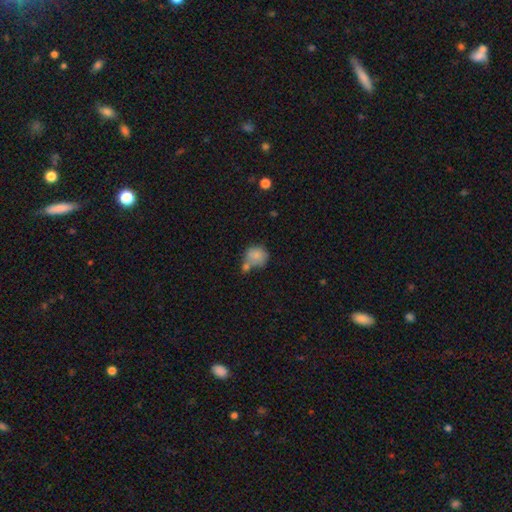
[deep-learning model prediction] This appears to be a smooth galaxy with no disk features (81%) that is round (80%). Merging: none (44%).